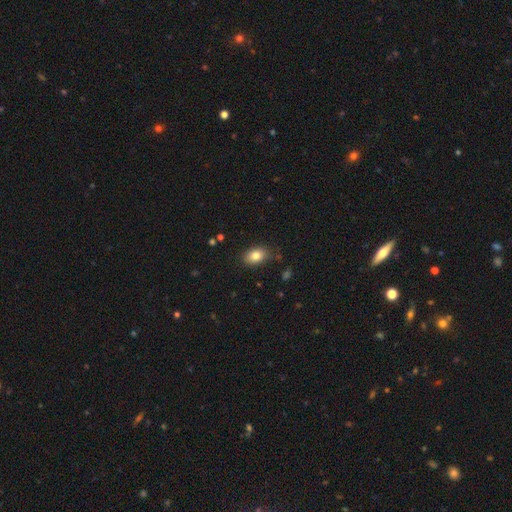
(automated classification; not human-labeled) smooth-or-featured: smooth: 83% | star or artifact: 9% | featured or disk: 8%
  how-rounded: in between: 83% | round: 15% | cigar-shaped: 1%
  merging: none: 83% | minor disturbance: 13% | major disturbance: 3% | merger: 2%